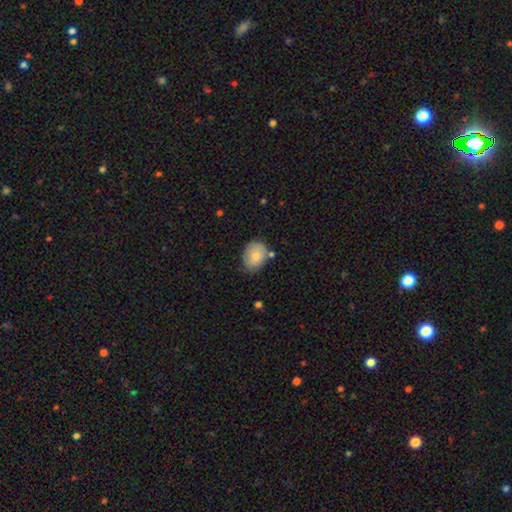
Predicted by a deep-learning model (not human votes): Morphology: type=smooth (75%); roundness=in between (63%); merging=none (66%).